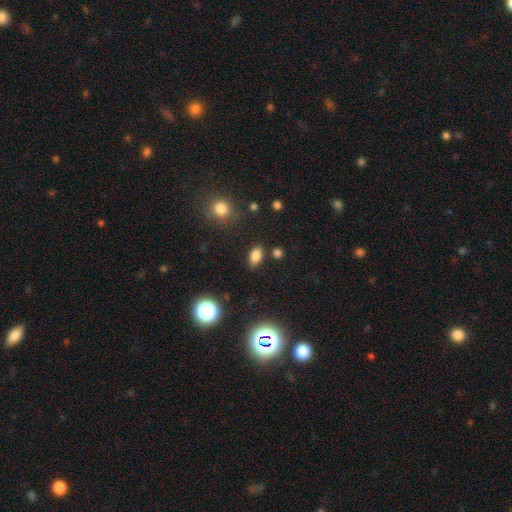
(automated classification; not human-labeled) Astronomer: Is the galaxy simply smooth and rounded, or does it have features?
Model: smooth — 81%.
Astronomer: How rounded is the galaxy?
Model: in between — 87%.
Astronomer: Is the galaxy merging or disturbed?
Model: none — 83%.